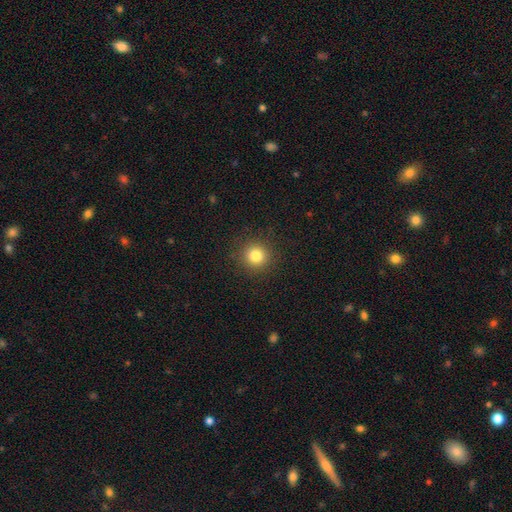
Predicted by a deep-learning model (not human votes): A smooth galaxy with no disk features (82%) that is round (94%). Merging: none (91%).